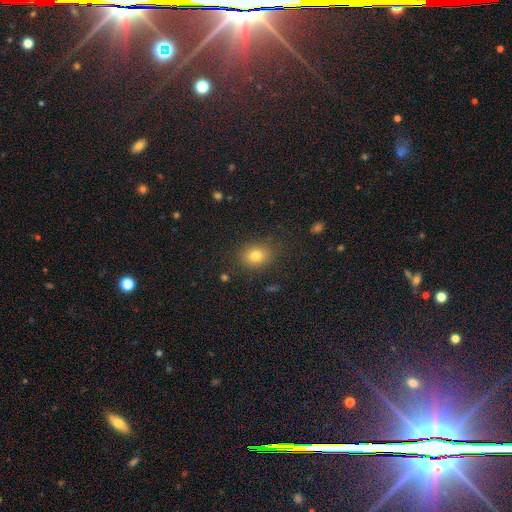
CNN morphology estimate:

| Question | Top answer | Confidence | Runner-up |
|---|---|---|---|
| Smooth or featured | smooth | 80% | star or artifact (12%) |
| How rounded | round | 50% | in between (49%) |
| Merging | none | 85% | minor disturbance (10%) |